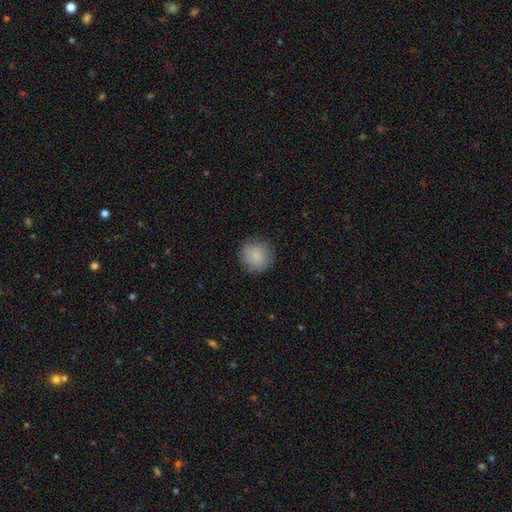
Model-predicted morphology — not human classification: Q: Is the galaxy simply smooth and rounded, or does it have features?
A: smooth — 87%.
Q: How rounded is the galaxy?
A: round — 92%.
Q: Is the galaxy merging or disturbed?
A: none — 86%.